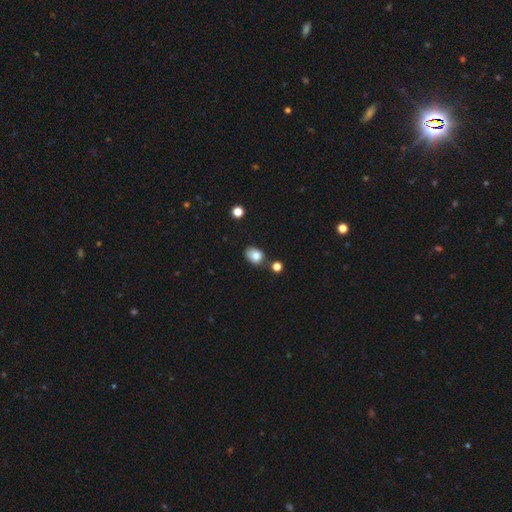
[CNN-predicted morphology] A smooth galaxy with no disk features (80%) that is in between round and cigar-shaped (67%). Merging: none (60%).